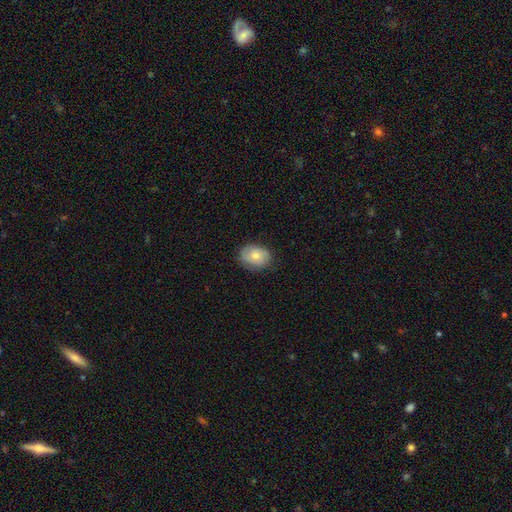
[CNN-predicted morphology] This is possibly a smooth galaxy (53%). How rounded: possibly in between (51%). Merging: likely none (76%).